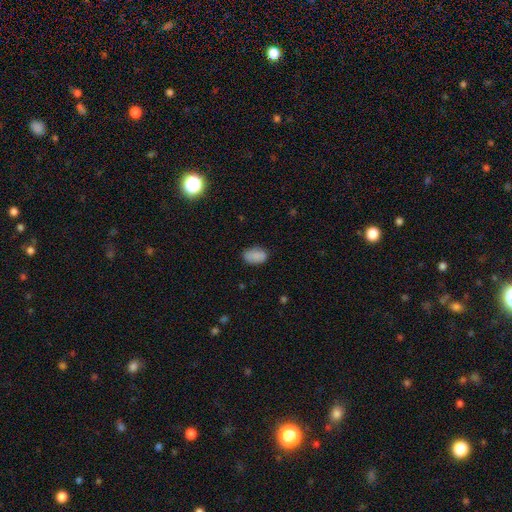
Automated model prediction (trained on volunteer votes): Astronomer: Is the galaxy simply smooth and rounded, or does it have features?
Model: smooth — 87%.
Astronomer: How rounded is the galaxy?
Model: in between — 90%.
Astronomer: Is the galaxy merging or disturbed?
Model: none — 78%.